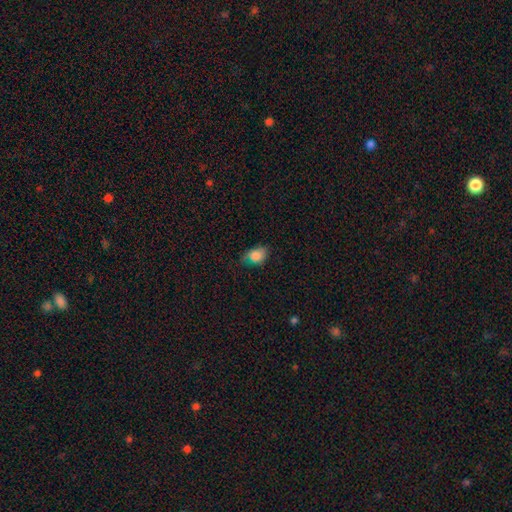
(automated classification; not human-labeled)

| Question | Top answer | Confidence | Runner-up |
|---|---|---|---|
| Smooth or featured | smooth | 82% | star or artifact (9%) |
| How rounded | in between | 75% | round (24%) |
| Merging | none | 49% | minor disturbance (37%) |